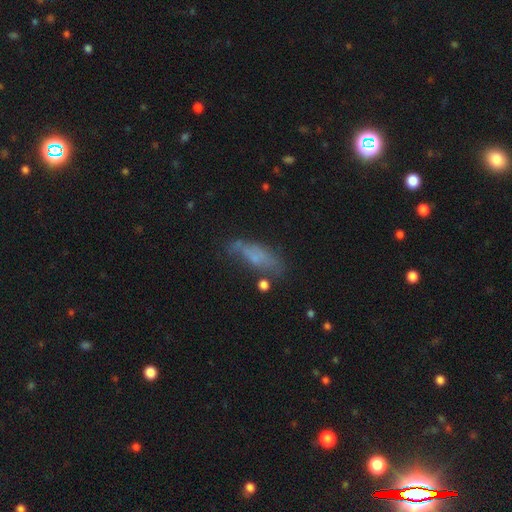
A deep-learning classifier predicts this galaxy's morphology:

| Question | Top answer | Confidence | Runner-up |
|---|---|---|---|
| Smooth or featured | smooth | 56% | featured or disk (32%) |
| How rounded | in between | 54% | cigar-shaped (43%) |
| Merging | none | 48% | minor disturbance (27%) |